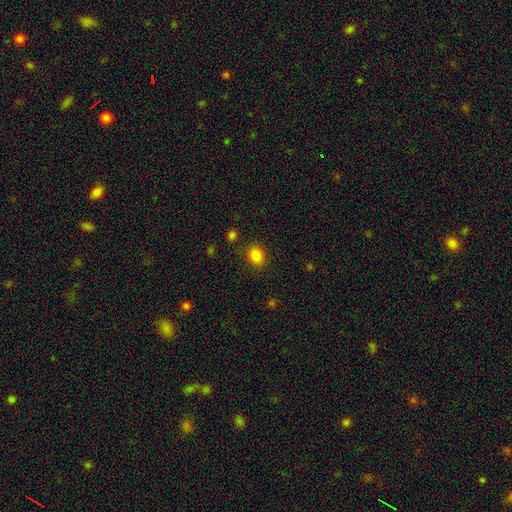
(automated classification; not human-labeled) smooth_or_featured: smooth (p=0.84) [alt: star or artifact p=0.11]
how_rounded: in between (p=0.56) [alt: round p=0.44]
merging: none (p=0.83) [alt: minor disturbance p=0.11]